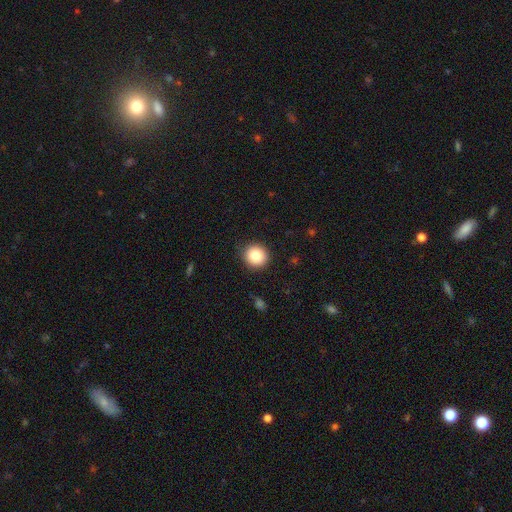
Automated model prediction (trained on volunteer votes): This appears to be a smooth galaxy with no disk features (85%) that is round (92%). Merging: none (90%).